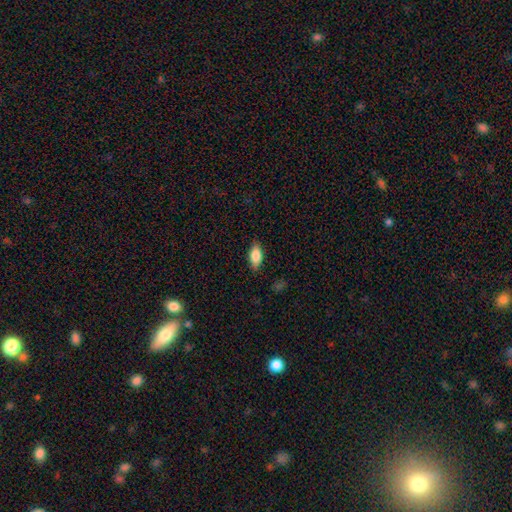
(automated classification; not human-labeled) Smooth or featured?
  - smooth: 82% *
  - featured or disk: 11%
  - star or artifact: 7%
How rounded?
  - in between: 87% *
  - cigar-shaped: 10%
  - round: 3%
Merging?
  - none: 86% *
  - minor disturbance: 11%
  - major disturbance: 2%
  - merger: 1%